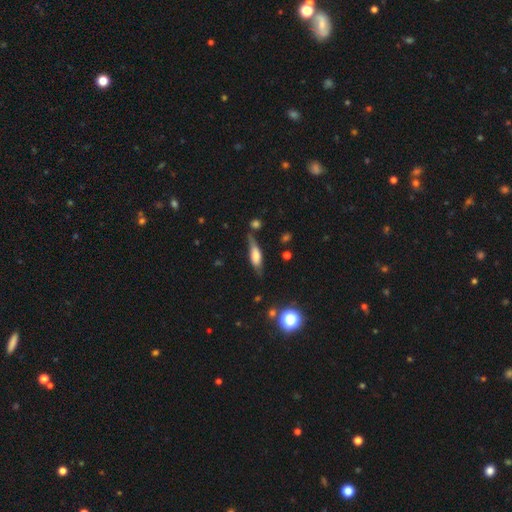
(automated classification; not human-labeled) Smooth or featured? Predicted: smooth (p=0.53). How rounded? Predicted: cigar-shaped (p=0.49). Merging? Predicted: none (p=0.57).